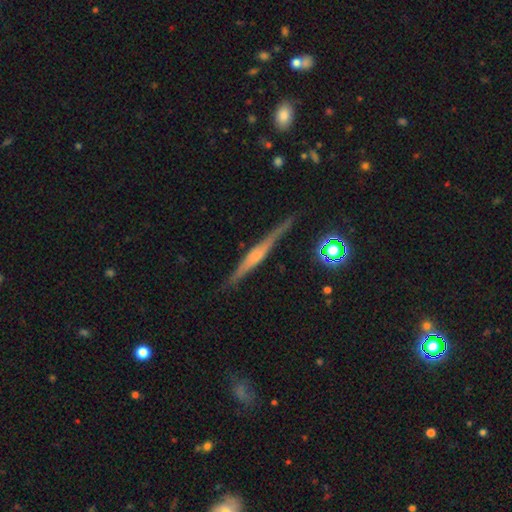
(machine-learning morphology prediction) Smooth or featured: featured or disk — 69% (smooth — 23%)
Edge-on disk: yes — 97% (no — 3%)
Edge-on bulge: rounded — 52% (none — 27%)
Merging: none — 86% (minor disturbance — 10%)